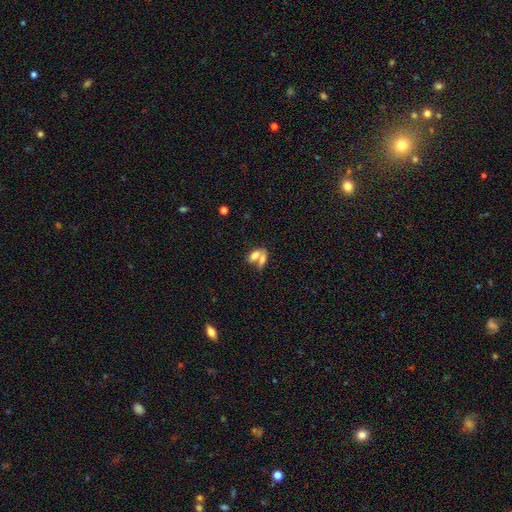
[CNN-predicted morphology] A smooth galaxy with no disk features (69%) that is in between round and cigar-shaped (77%).

Vote fractions:
- Smooth or featured? smooth: 69% / featured or disk: 21% / star or artifact: 10%
- How rounded? in between: 77% / cigar-shaped: 14% / round: 9%
- Merging? merger: 60% / none: 27% / minor disturbance: 7% / major disturbance: 5%